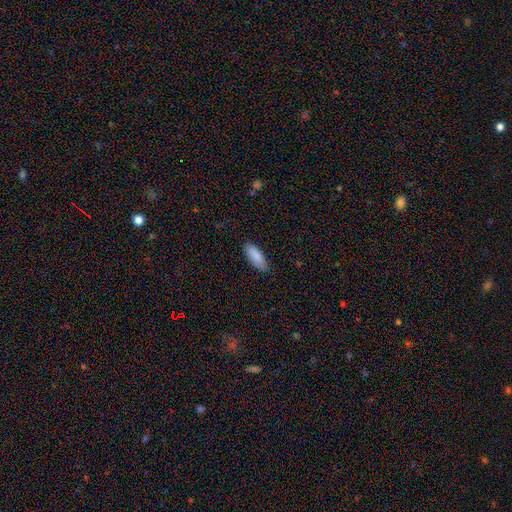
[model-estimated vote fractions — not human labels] Smooth or featured? smooth (88%)
How rounded? in between (75%)
Merging? none (81%)